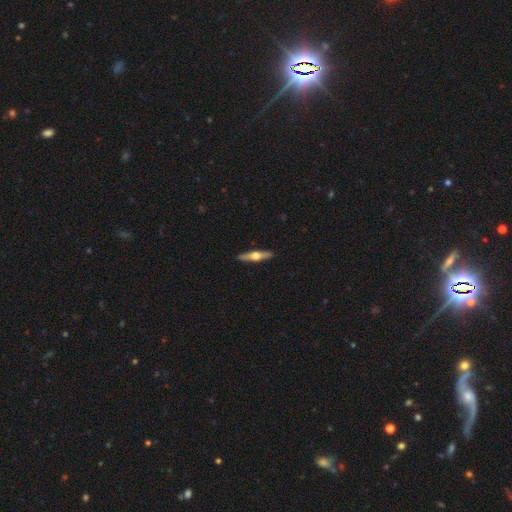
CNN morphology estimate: Smooth or featured? Predicted: featured or disk (p=0.63). Edge-on disk? Predicted: yes (p=0.95). Edge-on bulge? Predicted: rounded (p=0.95). Merging? Predicted: none (p=0.92).